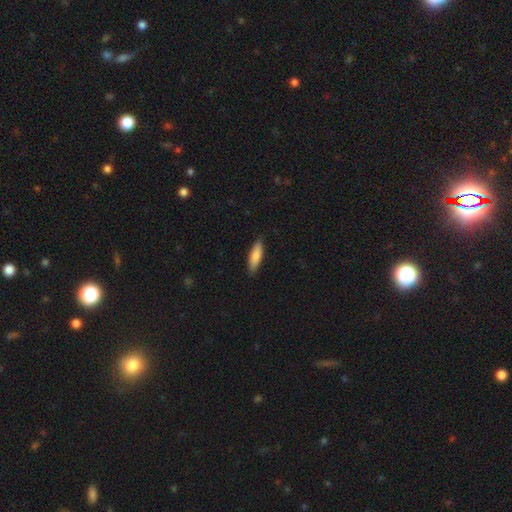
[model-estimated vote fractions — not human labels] smooth 83%, featured or disk 12%, star or artifact 5%. Down the decision tree: how rounded — cigar-shaped (54%); merging — none (87%).